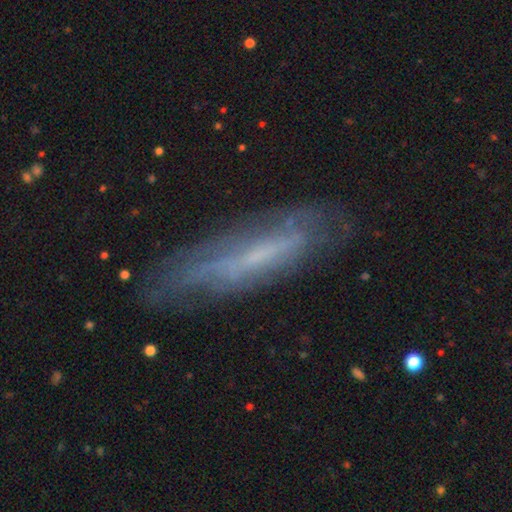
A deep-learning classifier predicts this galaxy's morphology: A featured or disk galaxy (60%) viewed edge-on (54%). Merging: none (70%).